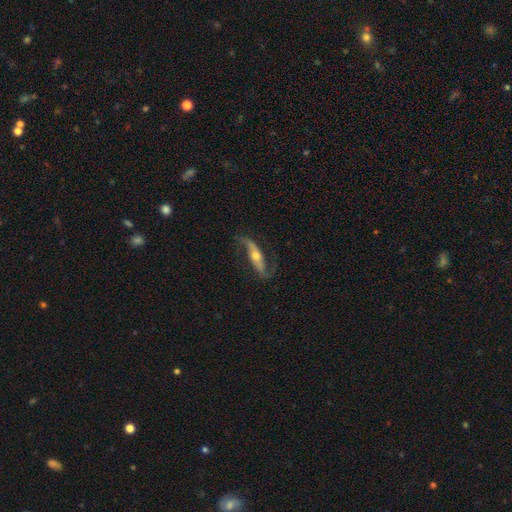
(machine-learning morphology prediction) Smooth or featured: featured or disk — 84% (smooth — 11%)
Edge-on disk: no — 76% (yes — 24%)
Bar: no — 41% (strong — 35%)
Spiral arms: yes — 94% (no — 6%)
Spiral winding: loose — 71% (medium — 21%)
Spiral arm count: 2 — 92% (1 — 3%)
Bulge size: moderate — 65% (small — 27%)
Merging: none — 75% (minor disturbance — 15%)